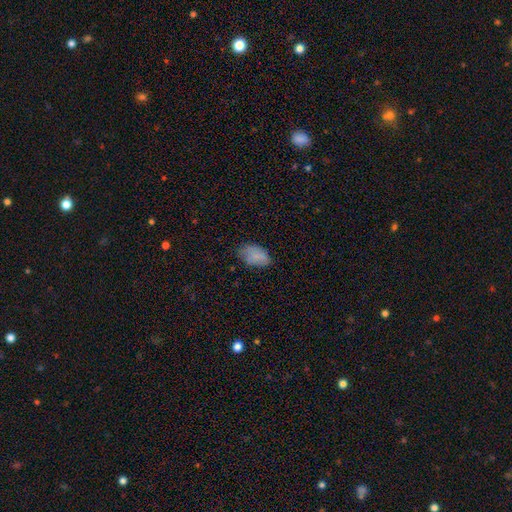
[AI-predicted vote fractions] smooth 83%, star or artifact 9%, featured or disk 8%. Down the decision tree: how rounded — in between (92%); merging — none (67%).